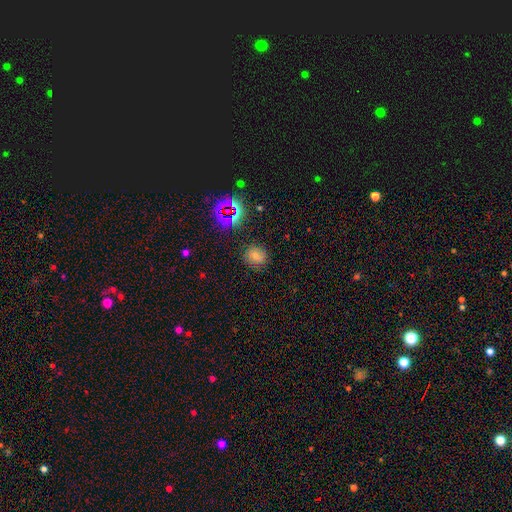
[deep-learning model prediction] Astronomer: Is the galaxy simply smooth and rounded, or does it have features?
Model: smooth — 60%.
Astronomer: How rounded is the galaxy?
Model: round — 74%.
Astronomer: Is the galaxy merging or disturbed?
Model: none — 80%.